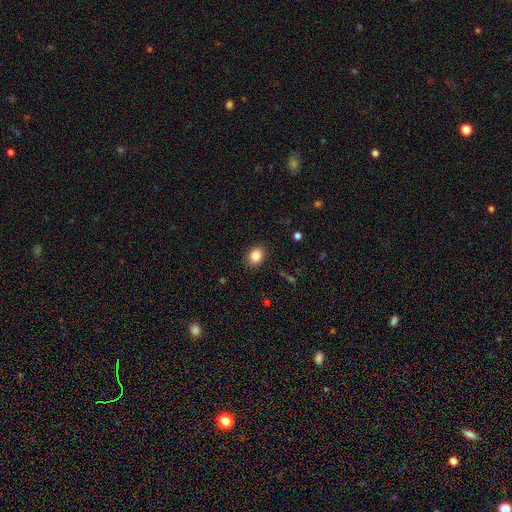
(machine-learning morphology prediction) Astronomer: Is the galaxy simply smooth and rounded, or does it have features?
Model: smooth — 85%.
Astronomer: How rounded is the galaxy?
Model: in between — 55% (runner-up: round, 44%).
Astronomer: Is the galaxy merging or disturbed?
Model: none — 88%.